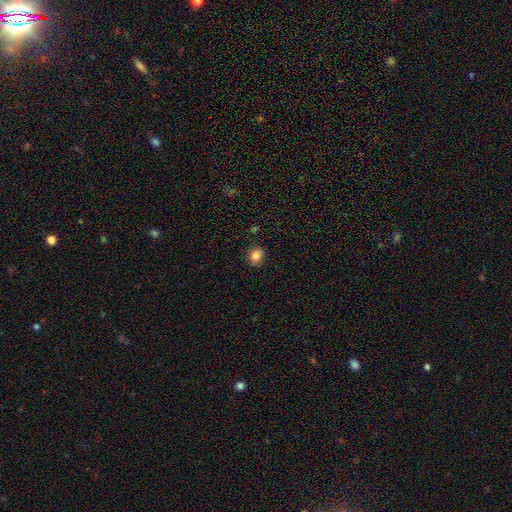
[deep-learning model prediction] Smooth or featured? Predicted: smooth (p=0.84). How rounded? Predicted: round (p=0.75). Merging? Predicted: none (p=0.85).